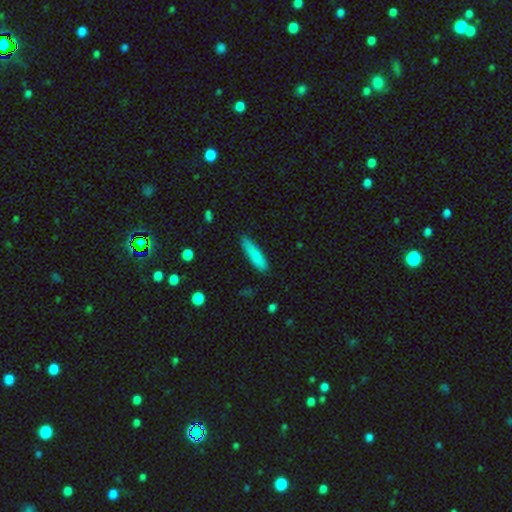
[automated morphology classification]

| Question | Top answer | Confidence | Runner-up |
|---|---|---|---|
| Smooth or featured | smooth | 83% | featured or disk (11%) |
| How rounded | cigar-shaped | 78% | in between (20%) |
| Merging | none | 80% | minor disturbance (16%) |